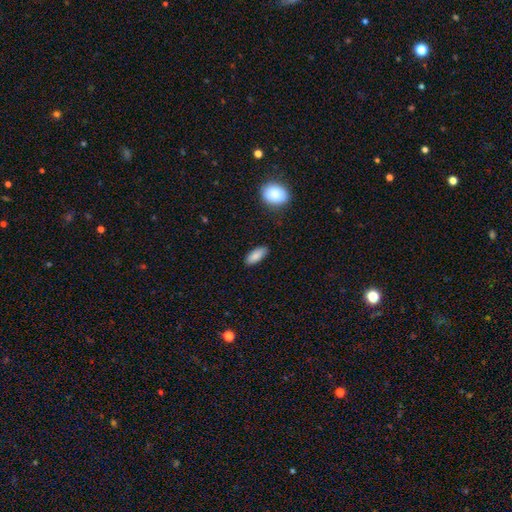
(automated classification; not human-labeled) Morphology: type=smooth (87%); roundness=in between (82%); merging=none (85%).